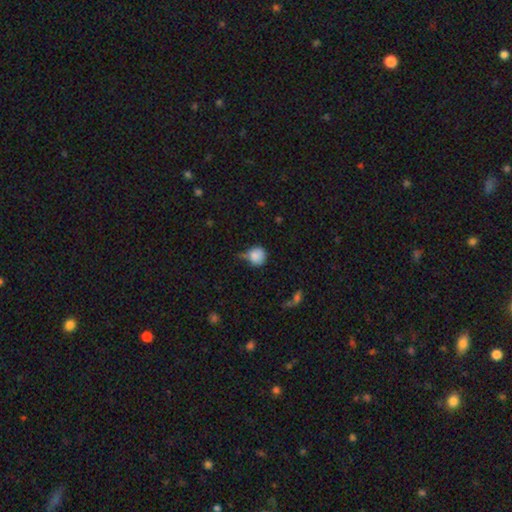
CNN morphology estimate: A smooth galaxy with no disk features (82%) that is round (82%).

Vote fractions:
- Smooth or featured? smooth: 82% / featured or disk: 9% / star or artifact: 9%
- How rounded? round: 82% / in between: 17% / cigar-shaped: 1%
- Merging? minor disturbance: 40% / none: 38% / major disturbance: 16% / merger: 7%